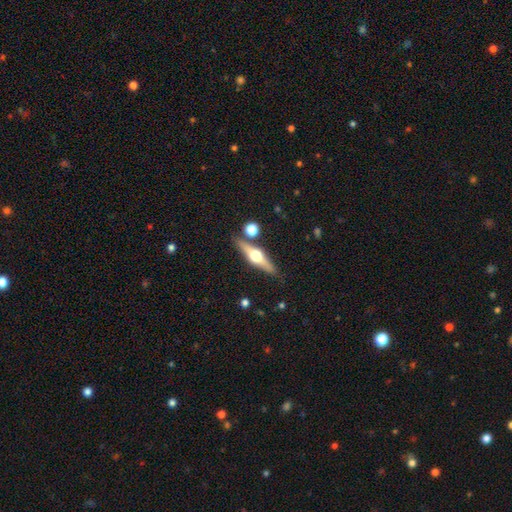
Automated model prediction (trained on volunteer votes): This appears to be a featured or disk galaxy (74%) viewed edge-on (97%) with a rounded central bulge (96%). Merging: none (84%).